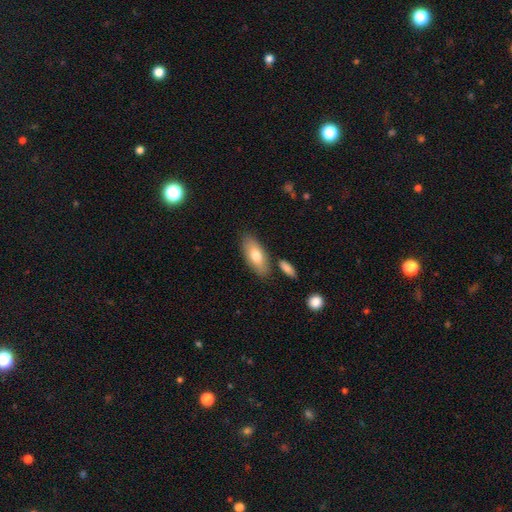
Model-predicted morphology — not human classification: smooth 74%, featured or disk 20%, star or artifact 6%. Down the decision tree: how rounded — in between (84%); merging — none (80%).